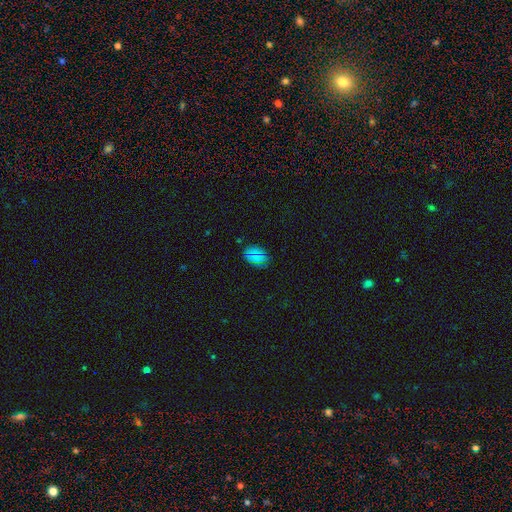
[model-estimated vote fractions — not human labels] Smooth or featured? smooth (67%)
How rounded? in between (80%)
Merging? none (79%)